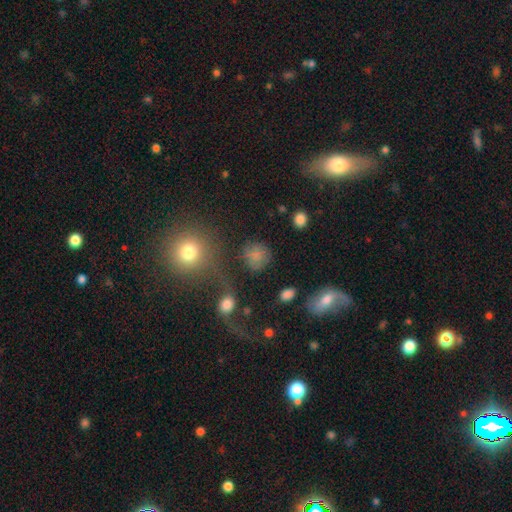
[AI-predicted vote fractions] Smooth or featured?
  - smooth: 74% *
  - star or artifact: 14%
  - featured or disk: 12%
How rounded?
  - round: 83% *
  - in between: 16%
  - cigar-shaped: 1%
Merging?
  - none: 68% *
  - minor disturbance: 16%
  - major disturbance: 10%
  - merger: 6%